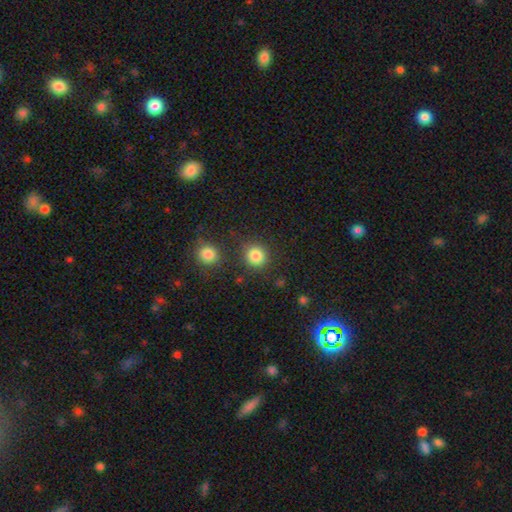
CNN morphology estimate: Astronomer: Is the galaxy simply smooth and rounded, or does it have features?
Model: smooth — 85%.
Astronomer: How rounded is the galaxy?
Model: round — 87%.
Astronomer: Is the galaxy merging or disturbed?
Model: none — 81%.